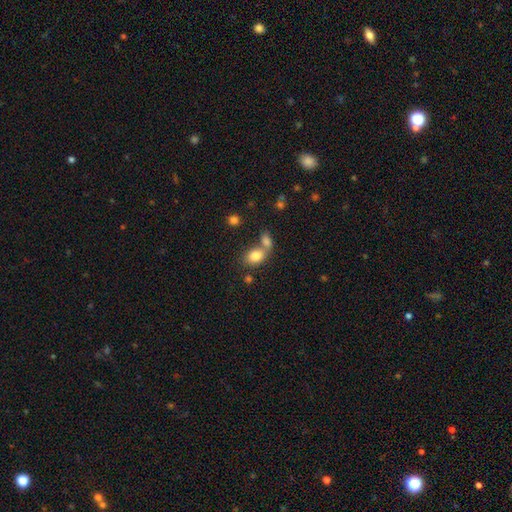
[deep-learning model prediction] Overall: smooth (81%). How rounded: in between (76%). Merging: merger (47%; none 38%).